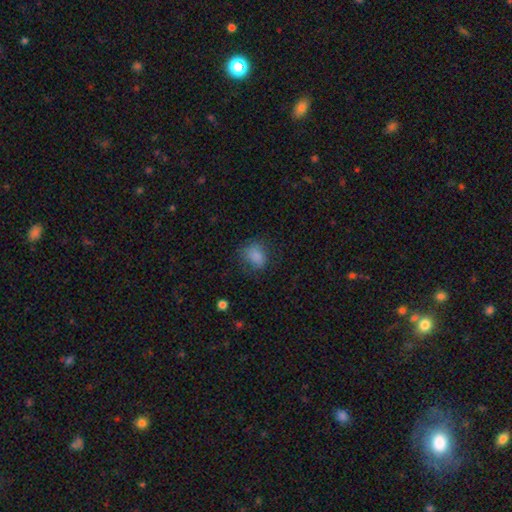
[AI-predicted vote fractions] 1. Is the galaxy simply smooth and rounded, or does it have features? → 83% smooth, 11% star or artifact, 6% featured or disk.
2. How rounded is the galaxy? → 56% in between, 43% round, 1% cigar-shaped.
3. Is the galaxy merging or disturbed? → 67% none, 21% minor disturbance, 11% major disturbance, 1% merger.